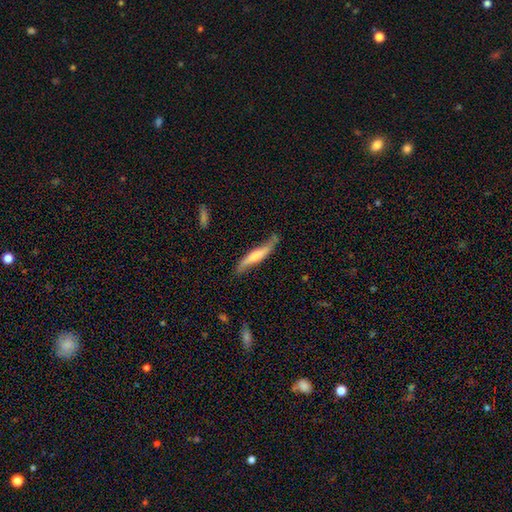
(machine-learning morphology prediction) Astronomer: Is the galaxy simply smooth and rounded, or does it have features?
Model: featured or disk — 51% (runner-up: smooth, 44%).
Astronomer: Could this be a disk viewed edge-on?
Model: yes — 62% (runner-up: no, 38%).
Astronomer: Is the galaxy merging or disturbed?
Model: none — 60%.